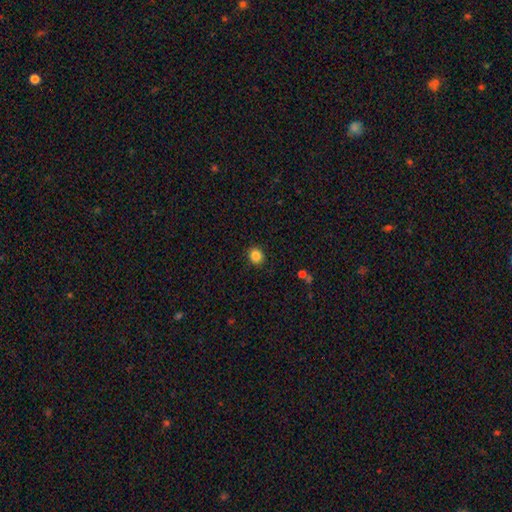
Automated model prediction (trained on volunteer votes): A smooth galaxy with no disk features (85%) that is round (80%).

Vote fractions:
- Smooth or featured? smooth: 85% / star or artifact: 10% / featured or disk: 4%
- How rounded? round: 80% / in between: 19% / cigar-shaped: 1%
- Merging? none: 91% / minor disturbance: 6% / major disturbance: 2% / merger: 1%